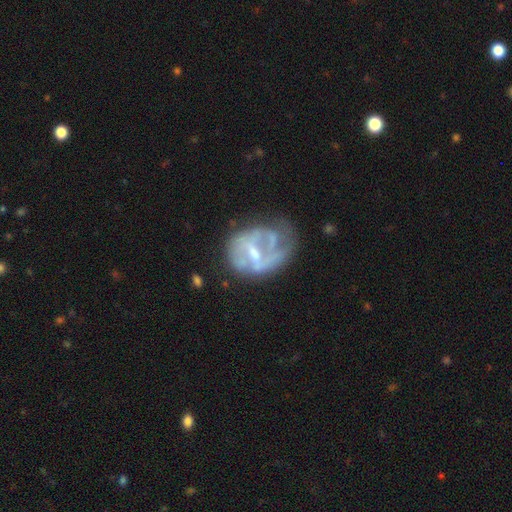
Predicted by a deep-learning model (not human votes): Smooth or featured?
  - featured or disk: 72% *
  - smooth: 20%
  - star or artifact: 8%
Edge-on disk?
  - no: 97% *
  - yes: 3%
Bar?
  - weak: 50% *
  - no: 30%
  - strong: 20%
Spiral arms?
  - yes: 58% *
  - no: 42%
Bulge size?
  - small: 46% *
  - moderate: 38%
  - none: 13%
  - large: 2%
  - dominant: 1%
Merging?
  - none: 37% *
  - major disturbance: 33%
  - minor disturbance: 25%
  - merger: 5%